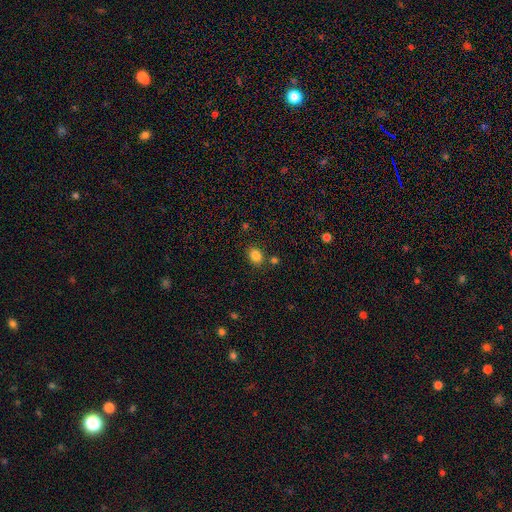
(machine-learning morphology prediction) A smooth galaxy with no disk features (84%) that is in between round and cigar-shaped (52%). Merging: none (80%).